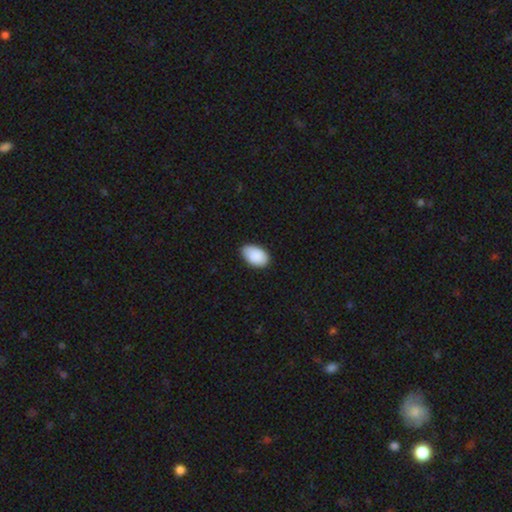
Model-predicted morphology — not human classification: smooth 90%, star or artifact 6%, featured or disk 4%. Down the decision tree: how rounded — in between (92%); merging — none (77%).